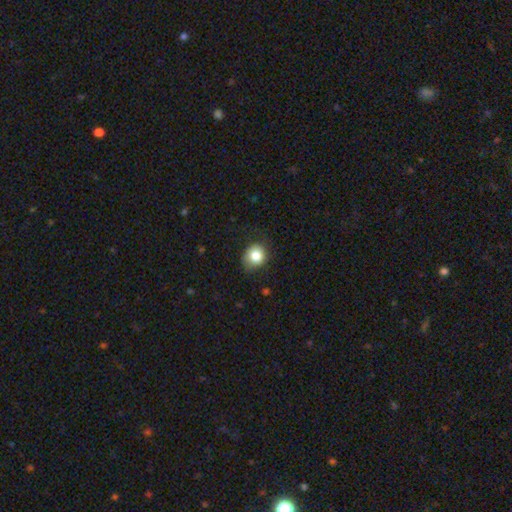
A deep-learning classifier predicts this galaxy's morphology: smooth-or-featured: smooth: 80% | featured or disk: 10% | star or artifact: 9%
  how-rounded: round: 69% | in between: 30% | cigar-shaped: 1%
  merging: none: 67% | minor disturbance: 24% | major disturbance: 7% | merger: 1%